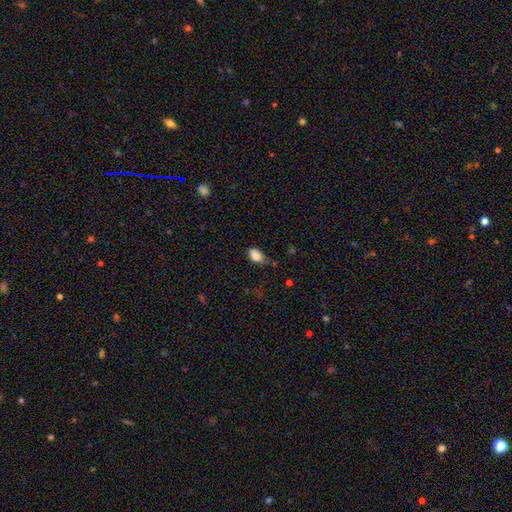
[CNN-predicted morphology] A smooth galaxy with no disk features (86%) that is in between round and cigar-shaped (91%).

Vote fractions:
- Smooth or featured? smooth: 86% / star or artifact: 9% / featured or disk: 5%
- How rounded? in between: 91% / round: 7% / cigar-shaped: 2%
- Merging? none: 48% / minor disturbance: 38% / major disturbance: 11% / merger: 3%